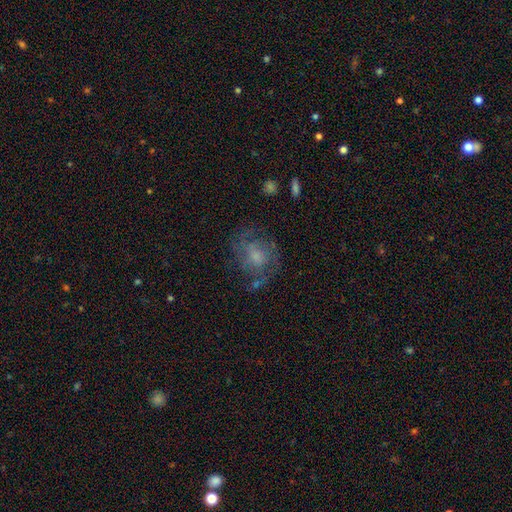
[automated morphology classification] The model was most divided on "bulge size": moderate: 38%, small: 32%, none: 18%, large: 11%, dominant: 2%. More confident: edge-on disk — no (97%); spiral arms — yes (73%); bar — no (69%); merging — none (61%); smooth or featured — featured or disk (59%).